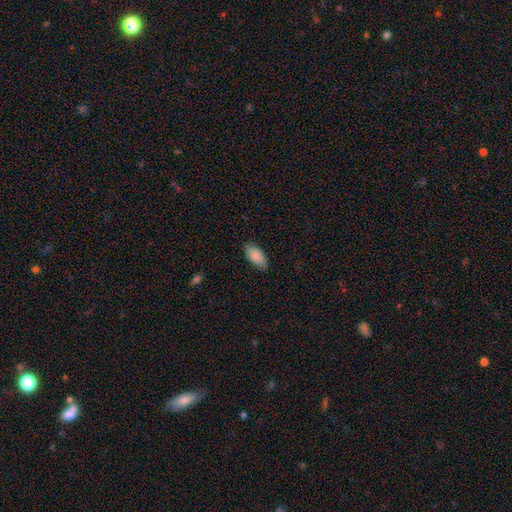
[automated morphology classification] The model was most divided on "merging": none: 83%, minor disturbance: 14%, major disturbance: 2%, merger: 1%. More confident: how rounded — in between (94%); smooth or featured — smooth (87%).